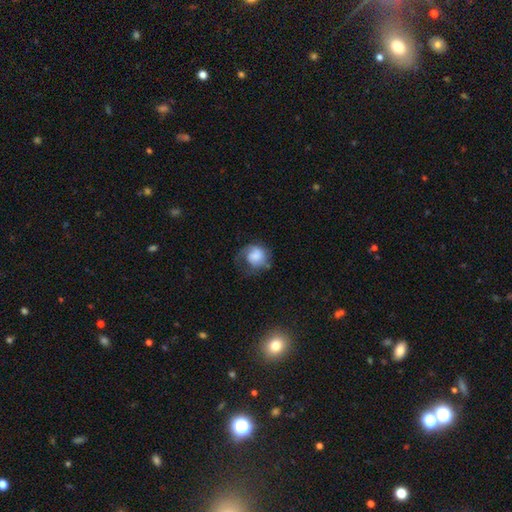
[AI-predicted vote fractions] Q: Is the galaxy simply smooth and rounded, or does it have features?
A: smooth — 58%.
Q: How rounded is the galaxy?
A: round — 70%.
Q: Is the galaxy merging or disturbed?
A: none — 40%.